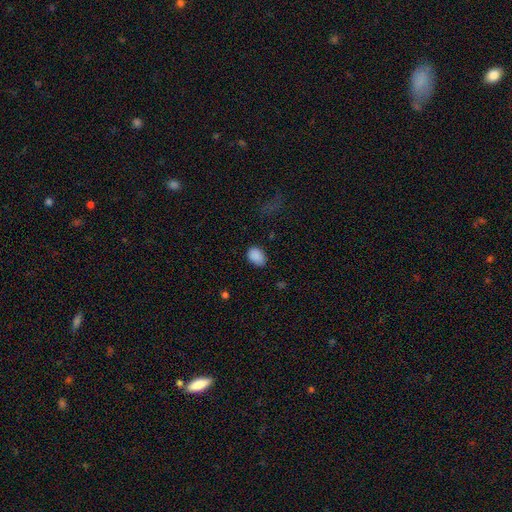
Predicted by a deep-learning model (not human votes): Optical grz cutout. It shows a smooth galaxy with no disk features (88%) that is in between round and cigar-shaped (81%). Merging: none (76%).